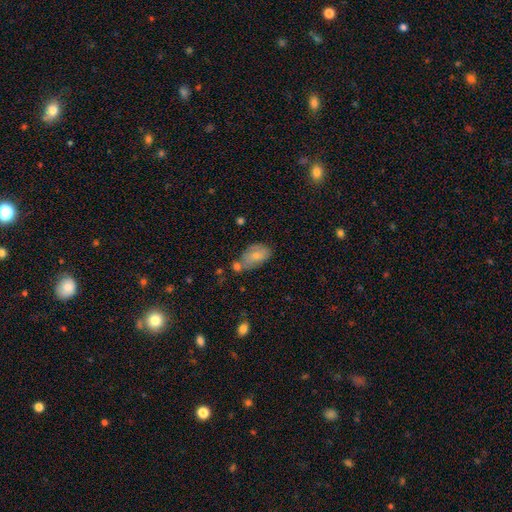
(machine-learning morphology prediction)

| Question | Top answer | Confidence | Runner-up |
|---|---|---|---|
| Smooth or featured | smooth | 74% | featured or disk (19%) |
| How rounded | in between | 92% | round (6%) |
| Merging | none | 42% | merger (25%) |